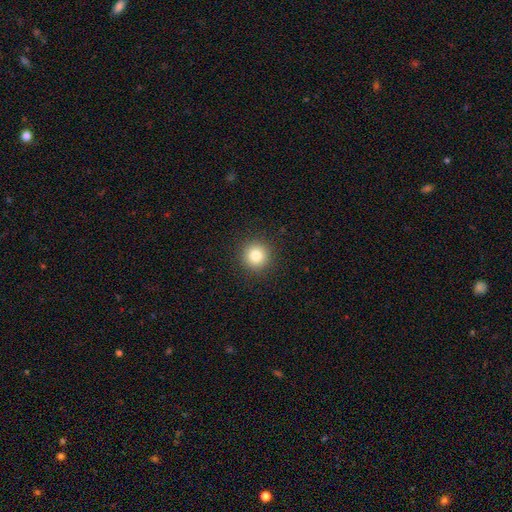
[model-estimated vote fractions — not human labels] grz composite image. It shows a smooth galaxy with no disk features (81%) that is round (94%). Merging: none (92%).